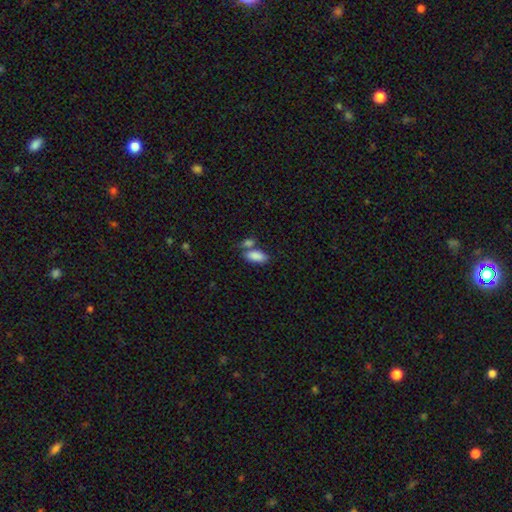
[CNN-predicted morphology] Smooth or featured? Predicted: smooth (p=0.86). How rounded? Predicted: in between (p=0.88). Merging? Predicted: none (p=0.46).